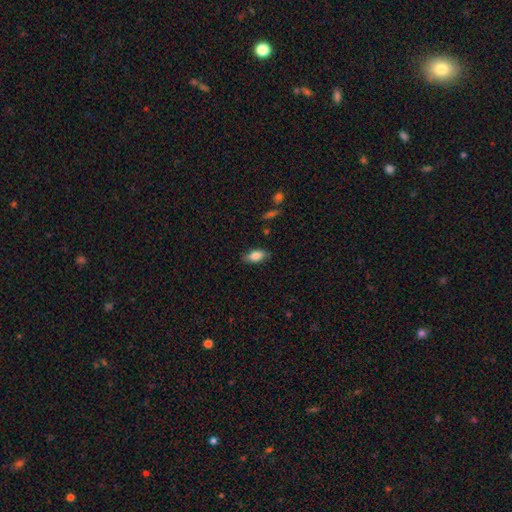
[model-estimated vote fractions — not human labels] Smooth or featured: smooth — 81% (featured or disk — 11%)
How rounded: in between — 86% (cigar-shaped — 10%)
Merging: none — 80% (minor disturbance — 16%)